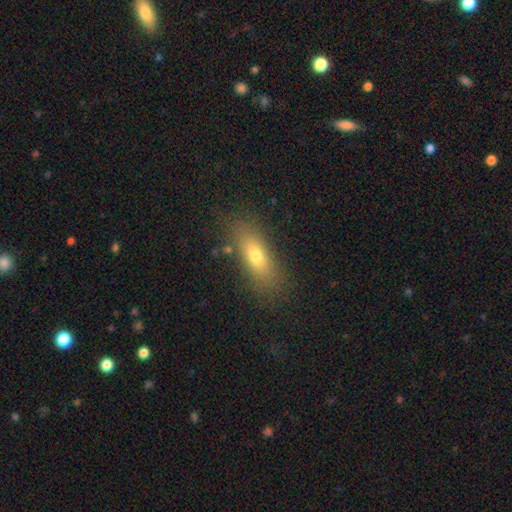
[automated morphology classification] Smooth or featured?
  - smooth: 68% *
  - featured or disk: 21%
  - star or artifact: 11%
How rounded?
  - in between: 61% *
  - cigar-shaped: 35%
  - round: 5%
Merging?
  - none: 84% *
  - minor disturbance: 11%
  - major disturbance: 3%
  - merger: 2%